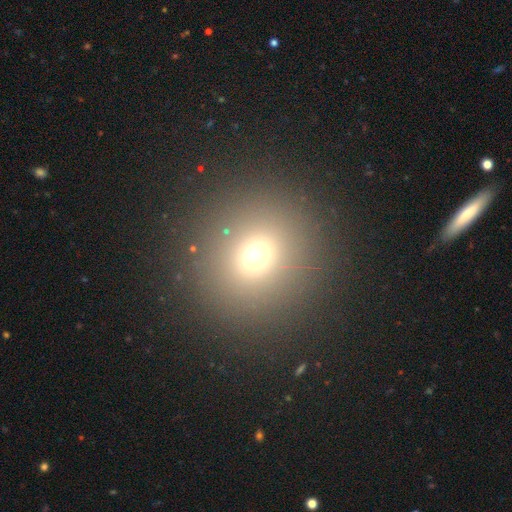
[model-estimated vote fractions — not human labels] Smooth or featured? smooth (67%)
How rounded? round (92%)
Merging? none (90%)